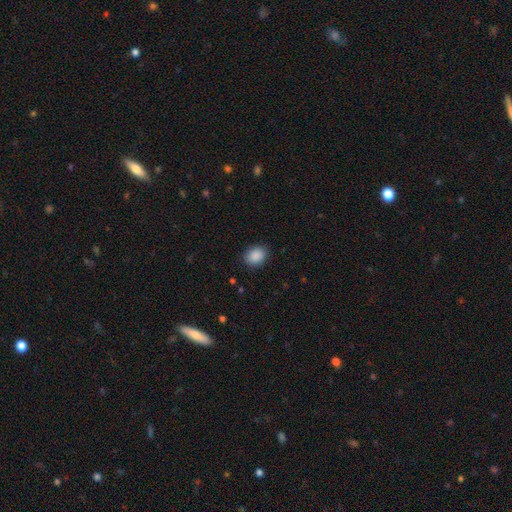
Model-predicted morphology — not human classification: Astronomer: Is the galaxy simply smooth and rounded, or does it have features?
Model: smooth — 89%.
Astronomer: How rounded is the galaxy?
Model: in between — 57% (runner-up: round, 42%).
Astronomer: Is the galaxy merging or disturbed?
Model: none — 89%.